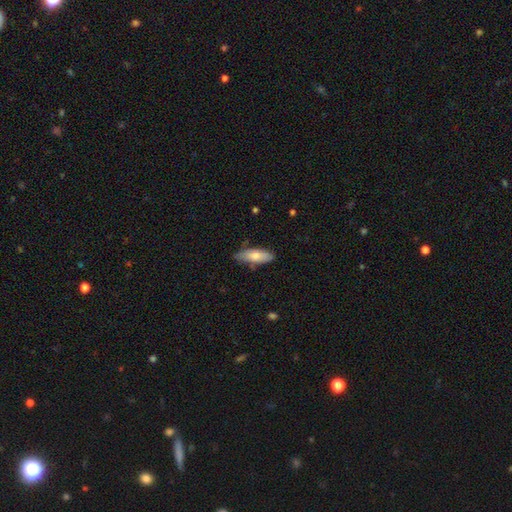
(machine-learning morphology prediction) Smooth or featured?
  - smooth: 74% *
  - featured or disk: 21%
  - star or artifact: 6%
How rounded?
  - in between: 65% *
  - cigar-shaped: 33%
  - round: 2%
Merging?
  - none: 75% *
  - minor disturbance: 20%
  - major disturbance: 3%
  - merger: 2%